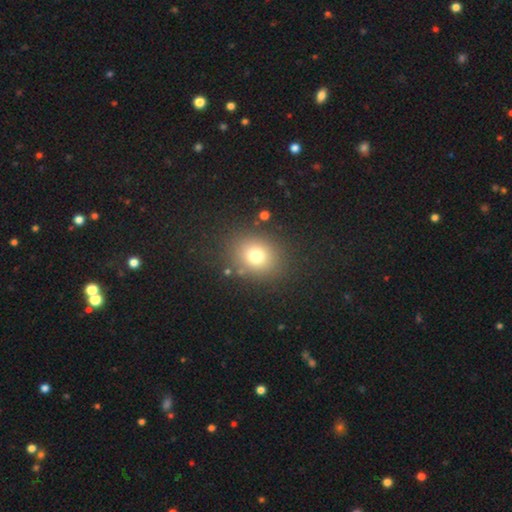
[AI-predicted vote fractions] smooth 74%, star or artifact 16%, featured or disk 10%. Down the decision tree: how rounded — round (67%); merging — none (84%).